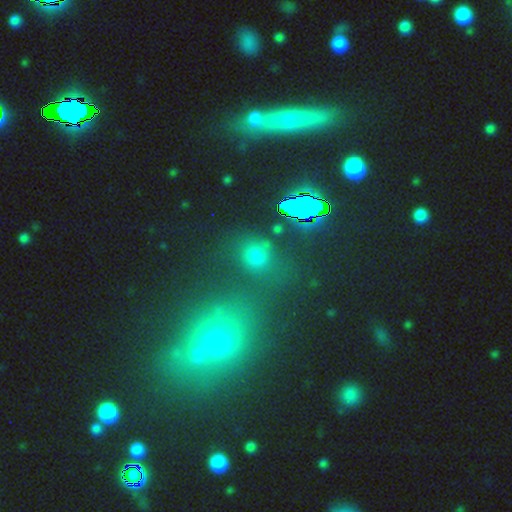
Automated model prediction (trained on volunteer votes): Smooth or featured? Predicted: smooth (p=0.60). How rounded? Predicted: round (p=0.79). Merging? Predicted: none (p=0.72).